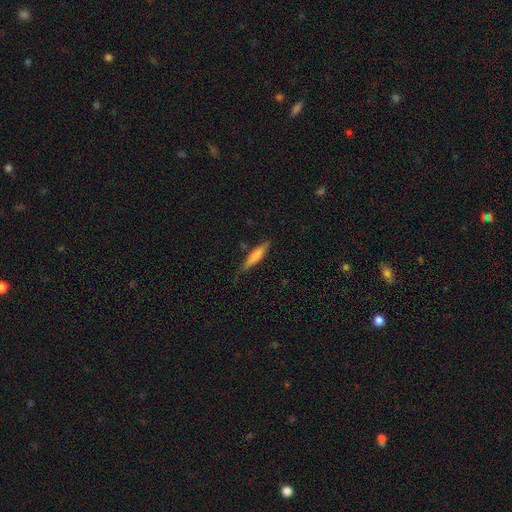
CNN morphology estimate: Overall: smooth (62%; featured or disk 33%). How rounded: cigar-shaped (87%). Merging: none (75%).